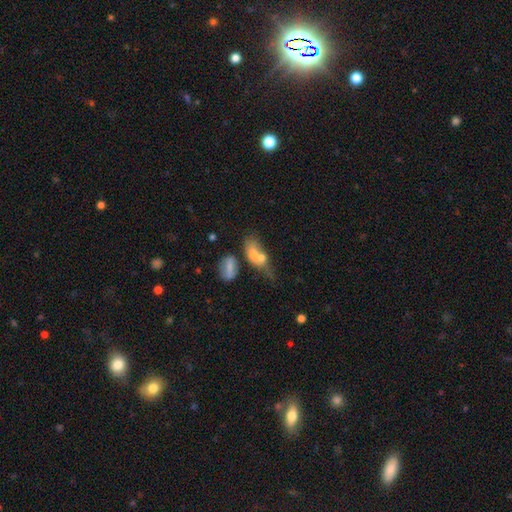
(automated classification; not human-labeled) Morphology: type=smooth (65%); roundness=in between (74%); merging=merger (56%).